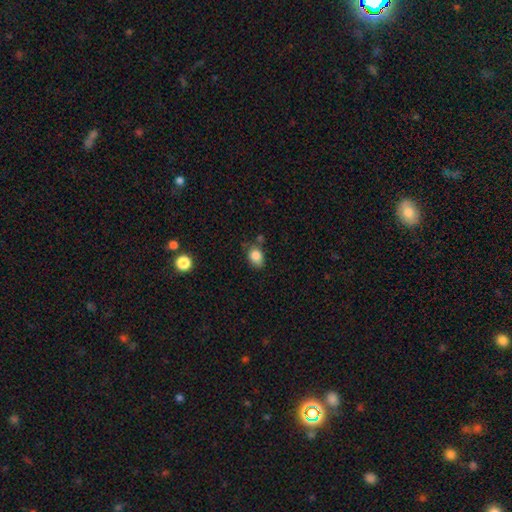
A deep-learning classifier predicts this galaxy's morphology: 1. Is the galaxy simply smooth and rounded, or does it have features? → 84% smooth, 10% star or artifact, 7% featured or disk.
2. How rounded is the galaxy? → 67% in between, 32% round, 1% cigar-shaped.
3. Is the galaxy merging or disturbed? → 61% none, 25% minor disturbance, 8% merger, 6% major disturbance.